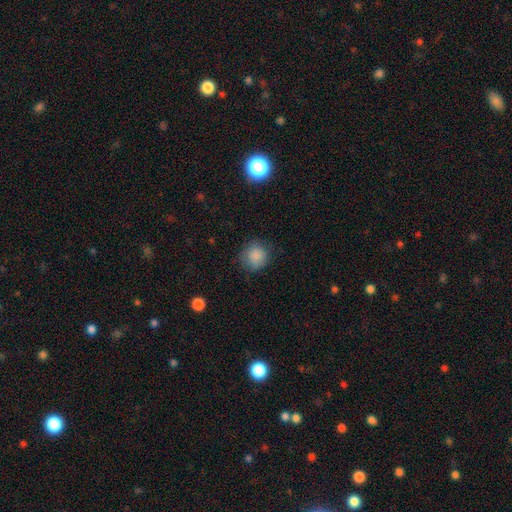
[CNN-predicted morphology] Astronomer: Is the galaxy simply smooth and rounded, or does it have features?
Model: smooth — 86%.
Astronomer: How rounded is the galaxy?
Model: round — 87%.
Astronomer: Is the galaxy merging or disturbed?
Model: none — 78%.